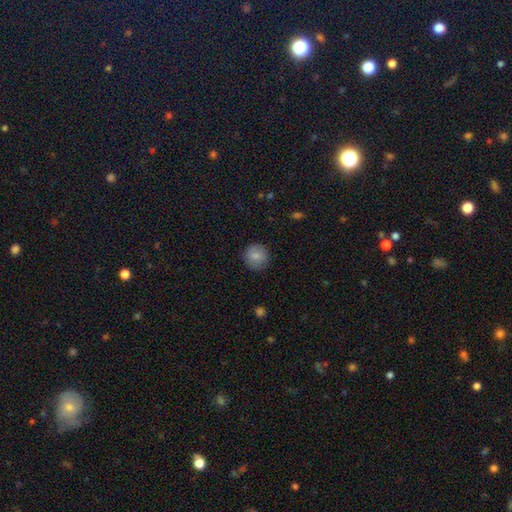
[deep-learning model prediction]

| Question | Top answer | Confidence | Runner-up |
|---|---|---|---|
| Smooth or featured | smooth | 84% | star or artifact (8%) |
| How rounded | round | 93% | in between (6%) |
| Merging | none | 89% | minor disturbance (8%) |